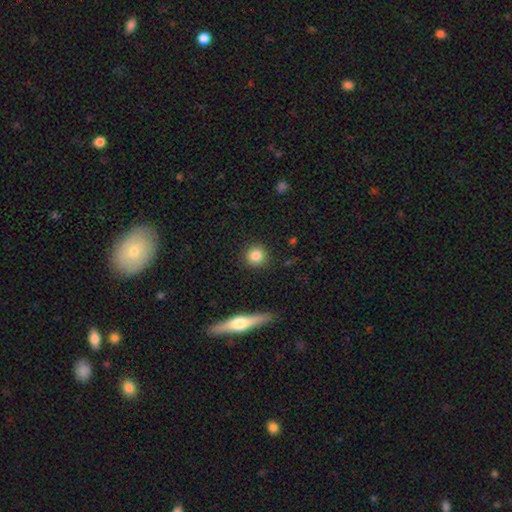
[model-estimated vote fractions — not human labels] Overall: smooth (84%). How rounded: round (93%). Merging: none (90%).